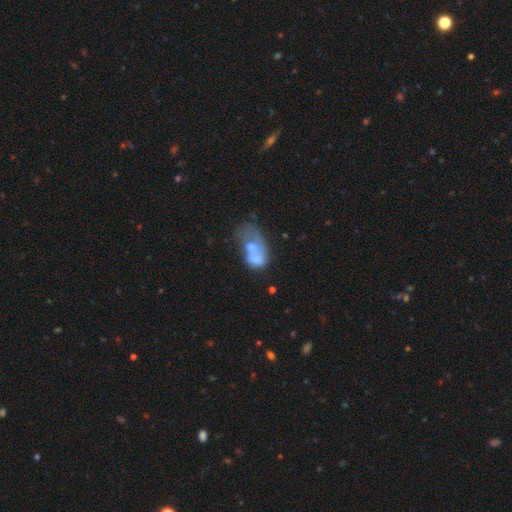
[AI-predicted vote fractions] Smooth or featured? Predicted: smooth (p=0.49). Merging? Predicted: merger (p=0.40).